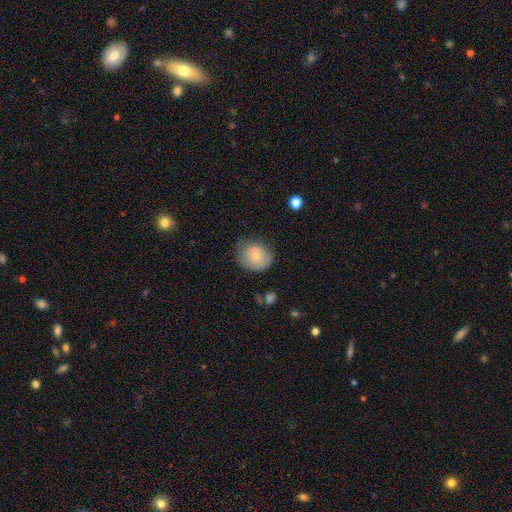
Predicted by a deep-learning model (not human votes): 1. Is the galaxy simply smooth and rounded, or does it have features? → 76% smooth, 16% featured or disk, 8% star or artifact.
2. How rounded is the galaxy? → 76% round, 23% in between, 1% cigar-shaped.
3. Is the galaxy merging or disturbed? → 62% none, 27% minor disturbance, 8% major disturbance, 2% merger.